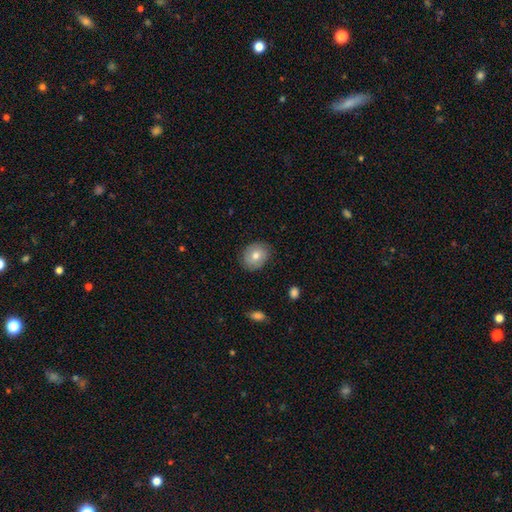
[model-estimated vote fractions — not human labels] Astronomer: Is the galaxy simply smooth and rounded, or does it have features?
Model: smooth — 71%.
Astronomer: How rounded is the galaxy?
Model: round — 64%.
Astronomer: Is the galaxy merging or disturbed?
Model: none — 84%.